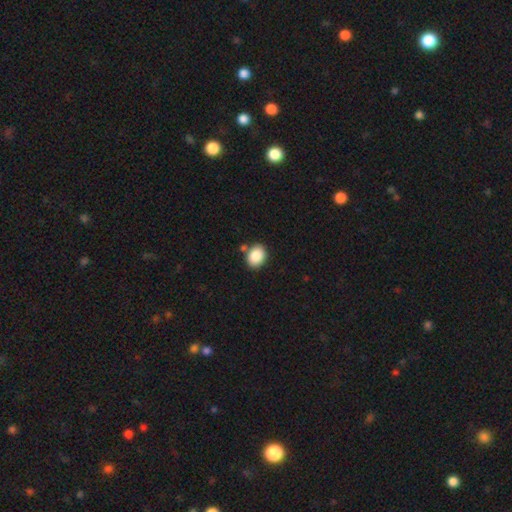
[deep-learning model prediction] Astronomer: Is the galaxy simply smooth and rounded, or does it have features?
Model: smooth — 87%.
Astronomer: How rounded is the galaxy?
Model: in between — 55% (runner-up: round, 44%).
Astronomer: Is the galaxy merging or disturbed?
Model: none — 79%.